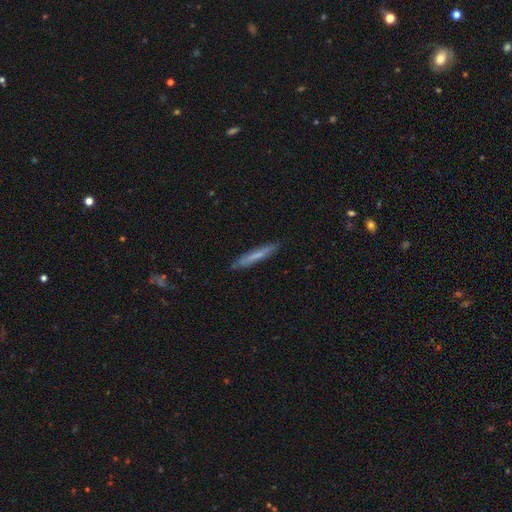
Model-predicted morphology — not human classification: This is likely a smooth galaxy (60%). How rounded: clearly cigar-shaped (95%). Merging: clearly none (87%).